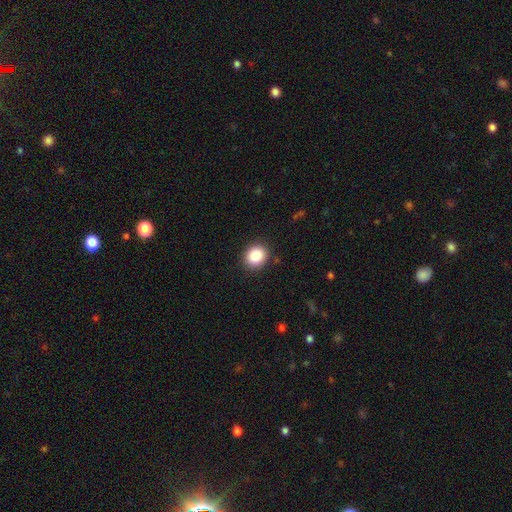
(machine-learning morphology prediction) smooth_or_featured: smooth (p=0.87) [alt: star or artifact p=0.09]
how_rounded: round (p=0.73) [alt: in between p=0.26]
merging: none (p=0.88) [alt: minor disturbance p=0.08]